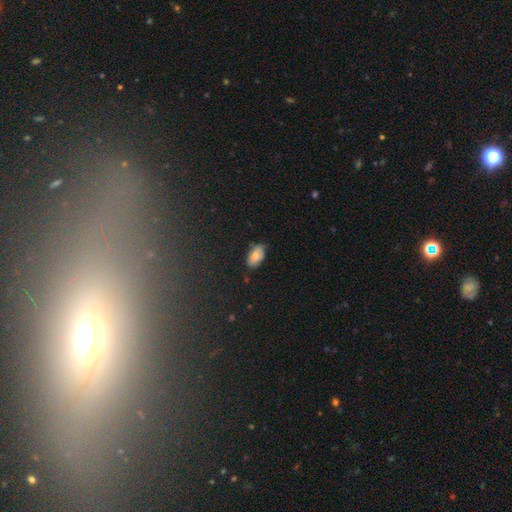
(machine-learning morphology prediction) Smooth or featured? Predicted: smooth (p=0.74). How rounded? Predicted: in between (p=0.94). Merging? Predicted: none (p=0.72).